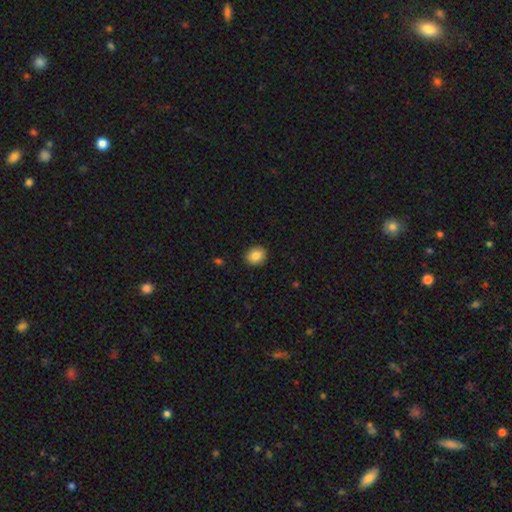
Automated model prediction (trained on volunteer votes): The model was most divided on "how rounded": round: 63%, in between: 36%, cigar-shaped: 1%. More confident: merging — none (91%); smooth or featured — smooth (85%).